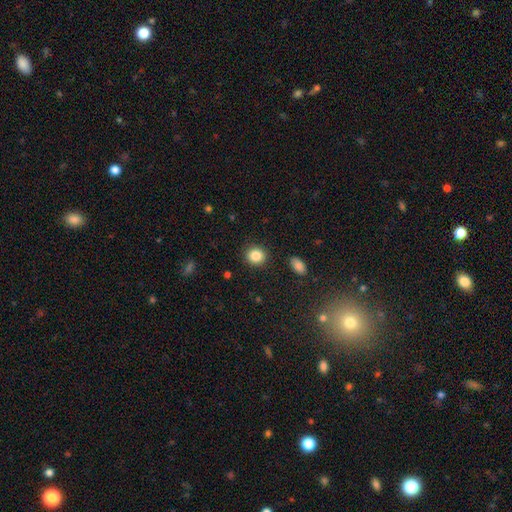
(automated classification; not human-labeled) smooth-or-featured: smooth: 86% | star or artifact: 9% | featured or disk: 5%
  how-rounded: round: 84% | in between: 15% | cigar-shaped: 1%
  merging: none: 88% | minor disturbance: 7% | major disturbance: 3% | merger: 2%